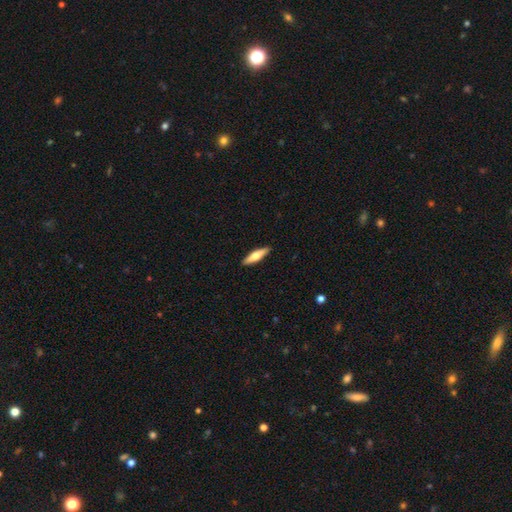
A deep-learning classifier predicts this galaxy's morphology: Q: Smooth or featured?
A: smooth (55%); runner-up: featured or disk (40%)
Q: How rounded?
A: cigar-shaped (69%); runner-up: in between (29%)
Q: Merging?
A: none (90%); runner-up: minor disturbance (7%)